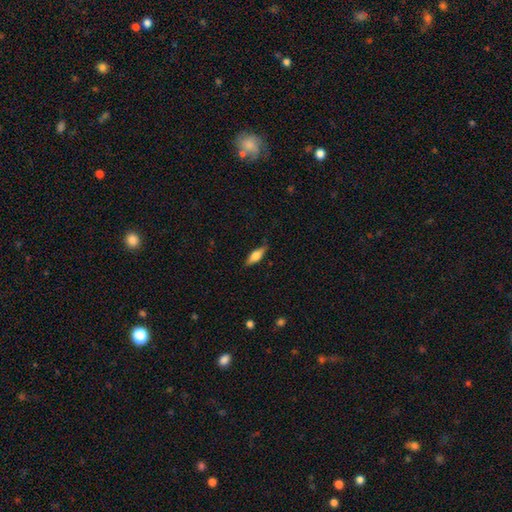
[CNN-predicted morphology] Smooth or featured? smooth (64%)
How rounded? in between (58%)
Merging? none (81%)